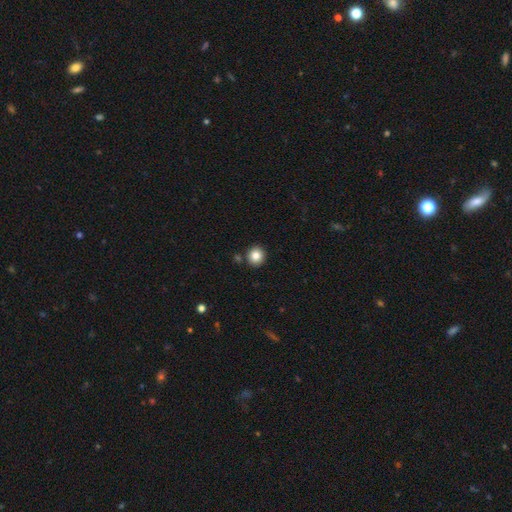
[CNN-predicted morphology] Overall: smooth (83%). How rounded: round (91%). Merging: none (88%).